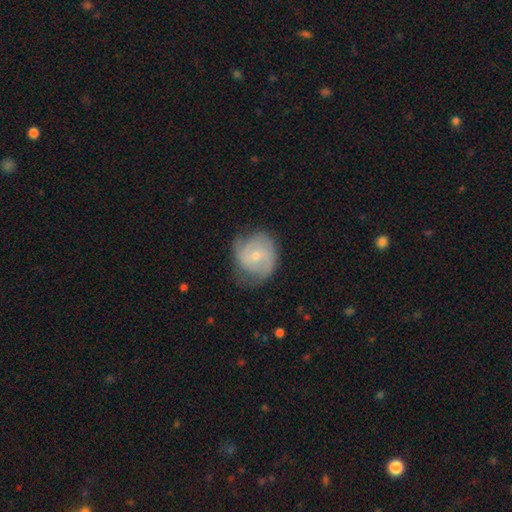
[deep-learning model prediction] A featured or disk galaxy (65%) with no bar (59%), 2 (54%) tight (43%) spiral arms (88%) and a small central bulge (63%). Merging: none (61%).